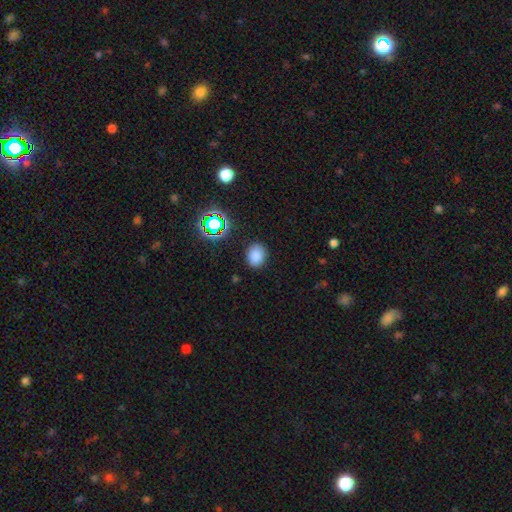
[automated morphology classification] A smooth galaxy with no disk features (79%) that is in between round and cigar-shaped (51%).

Vote fractions:
- Smooth or featured? smooth: 79% / star or artifact: 16% / featured or disk: 5%
- How rounded? in between: 51% / round: 48% / cigar-shaped: 1%
- Merging? none: 85% / minor disturbance: 10% / major disturbance: 3% / merger: 2%